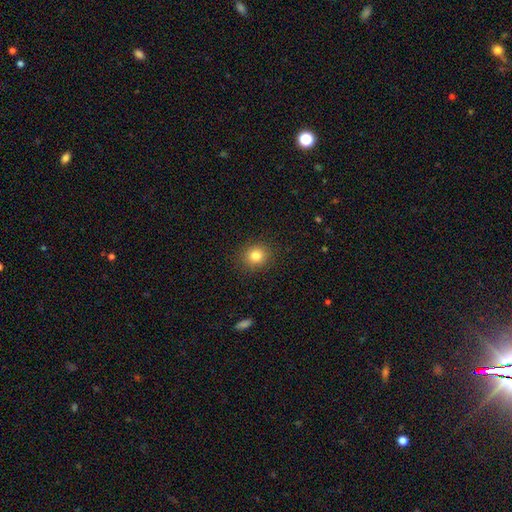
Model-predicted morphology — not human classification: Smooth or featured?
  - smooth: 82% *
  - star or artifact: 11%
  - featured or disk: 7%
How rounded?
  - round: 83% *
  - in between: 16%
  - cigar-shaped: 1%
Merging?
  - none: 89% *
  - minor disturbance: 7%
  - major disturbance: 3%
  - merger: 1%